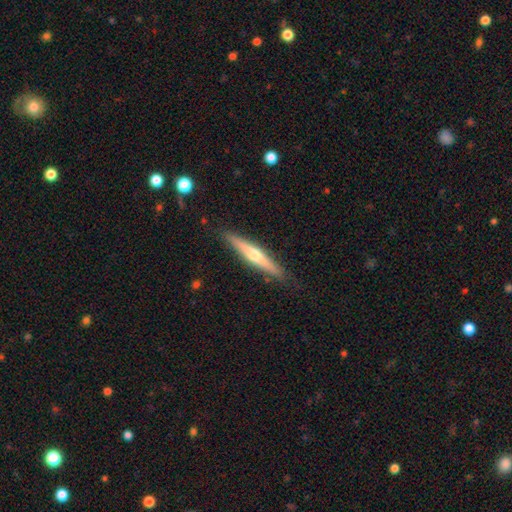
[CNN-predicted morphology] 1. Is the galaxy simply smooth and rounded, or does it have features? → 56% featured or disk, 38% smooth, 6% star or artifact.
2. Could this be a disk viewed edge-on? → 95% yes, 5% no.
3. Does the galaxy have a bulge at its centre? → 81% rounded, 15% none, 5% boxy.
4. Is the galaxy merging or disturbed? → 88% none, 9% minor disturbance, 2% major disturbance, 1% merger.